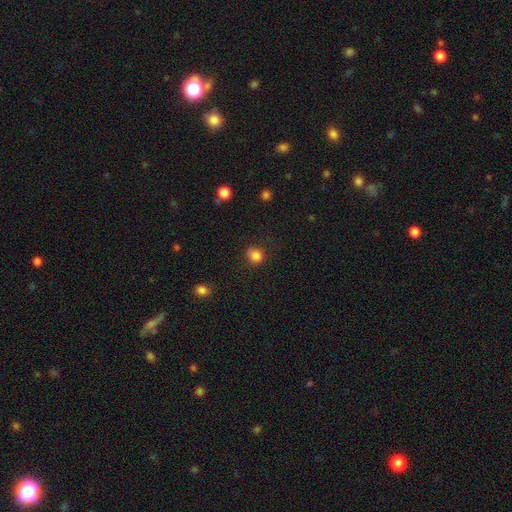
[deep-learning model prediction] Smooth or featured? Predicted: smooth (p=0.84). How rounded? Predicted: round (p=0.70). Merging? Predicted: none (p=0.74).